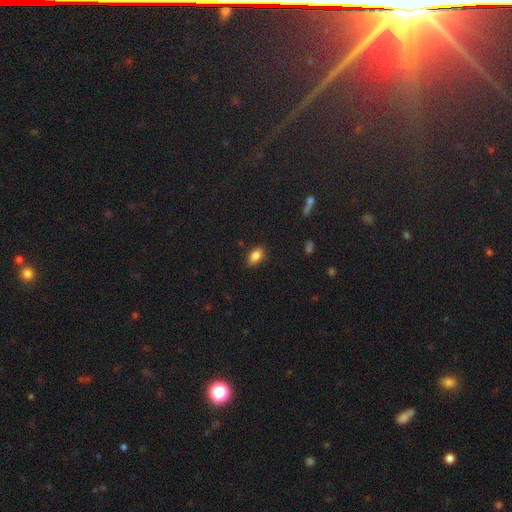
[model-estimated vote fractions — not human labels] Smooth or featured?
  - smooth: 84% *
  - star or artifact: 9%
  - featured or disk: 7%
How rounded?
  - in between: 86% *
  - round: 10%
  - cigar-shaped: 4%
Merging?
  - none: 83% *
  - minor disturbance: 13%
  - major disturbance: 2%
  - merger: 1%